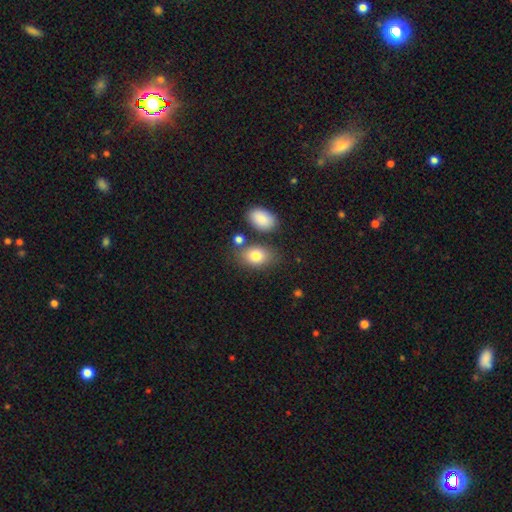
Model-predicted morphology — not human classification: The model was most divided on "merging": none: 67%, minor disturbance: 15%, merger: 13%, major disturbance: 5%. More confident: how rounded — in between (81%); smooth or featured — smooth (80%).